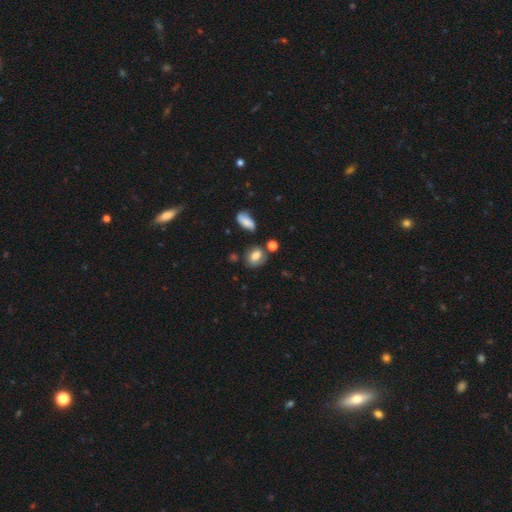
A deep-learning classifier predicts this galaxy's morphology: smooth 73%, featured or disk 16%, star or artifact 11%. Down the decision tree: how rounded — in between (63%); merging — none (60%).